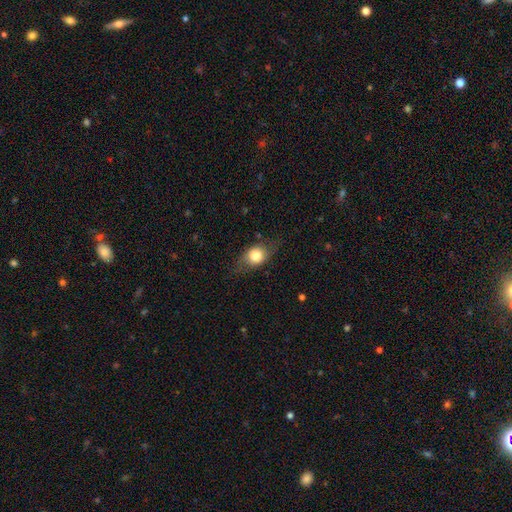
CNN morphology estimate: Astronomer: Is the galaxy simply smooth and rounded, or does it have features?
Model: smooth — 70%.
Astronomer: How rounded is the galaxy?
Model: in between — 57% (runner-up: round, 40%).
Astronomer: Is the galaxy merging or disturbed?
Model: none — 73%.